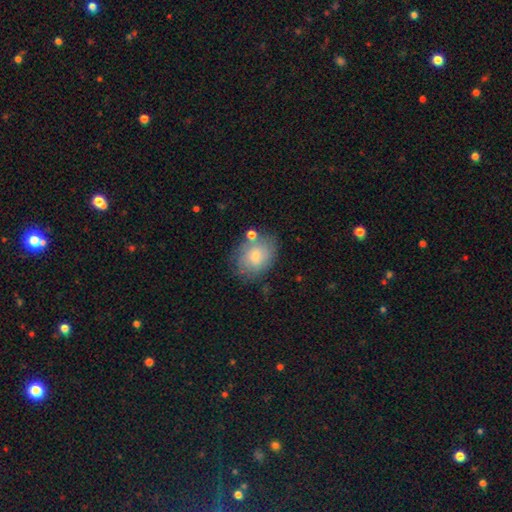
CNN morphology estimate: The model was most divided on "how rounded": in between: 63%, round: 36%, cigar-shaped: 1%. More confident: smooth or featured — smooth (73%); merging — none (69%).